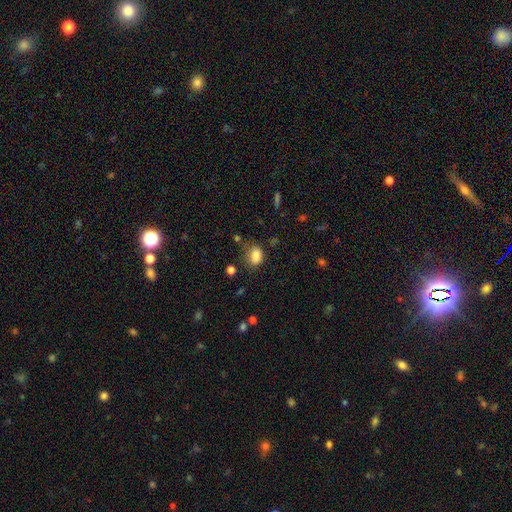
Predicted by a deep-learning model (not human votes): Overall: smooth (83%). How rounded: in between (78%). Merging: none (57%; minor disturbance 28%).